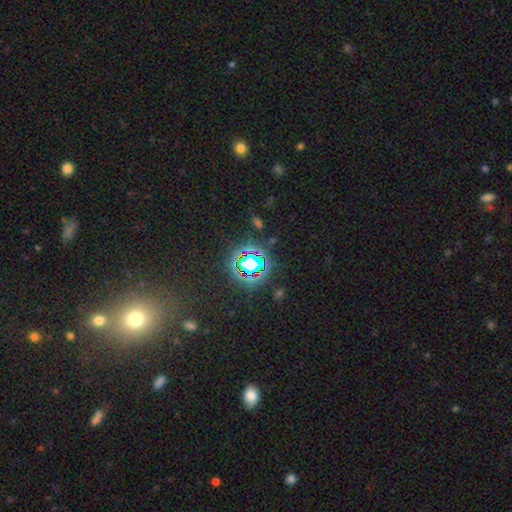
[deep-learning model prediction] star or artifact 71%, smooth 18%, featured or disk 10%.